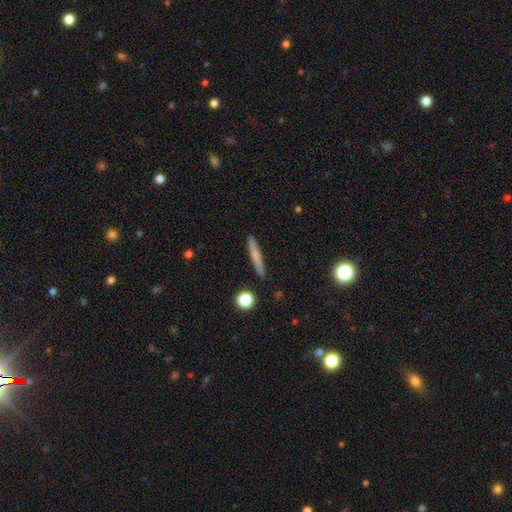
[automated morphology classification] smooth-or-featured: smooth: 68% | featured or disk: 25% | star or artifact: 7%
  how-rounded: cigar-shaped: 95% | in between: 4% | round: 2%
  merging: none: 91% | minor disturbance: 6% | major disturbance: 2% | merger: 1%